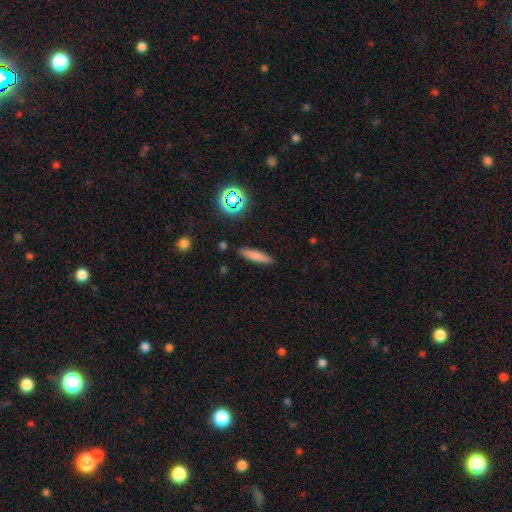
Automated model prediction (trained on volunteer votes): smooth 77%, featured or disk 12%, star or artifact 11%. Down the decision tree: how rounded — cigar-shaped (81%); merging — none (89%).